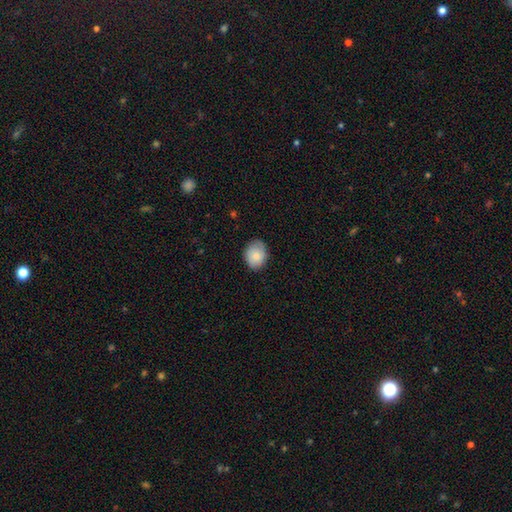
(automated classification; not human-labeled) smooth 81%, featured or disk 12%, star or artifact 8%. Down the decision tree: how rounded — in between (50%); merging — none (81%).